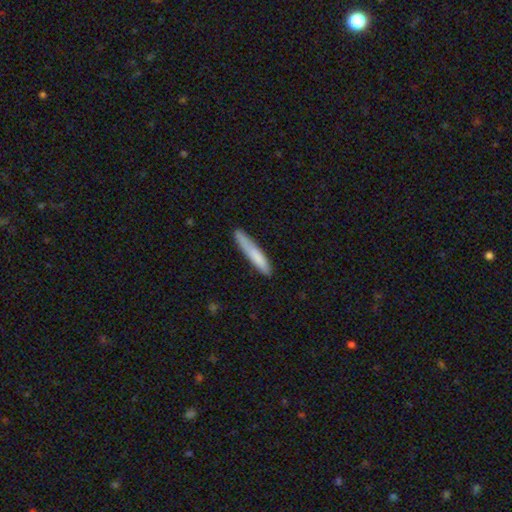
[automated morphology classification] A smooth galaxy with no disk features (79%) that is cigar-shaped (93%). Merging: none (77%).